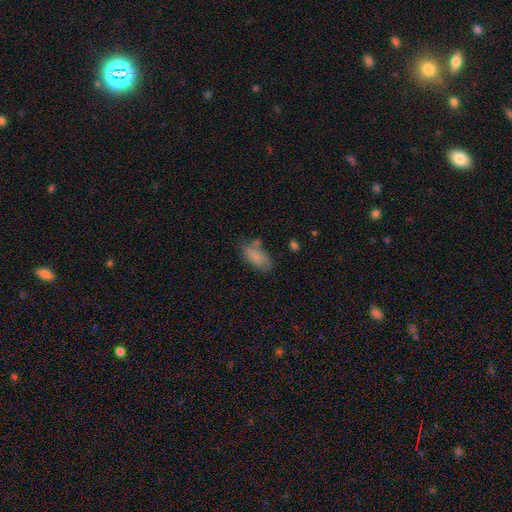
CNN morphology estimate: smooth_or_featured: smooth (p=0.82) [alt: featured or disk p=0.11]
how_rounded: in between (p=0.89) [alt: cigar-shaped p=0.08]
merging: none (p=0.59) [alt: minor disturbance p=0.24]